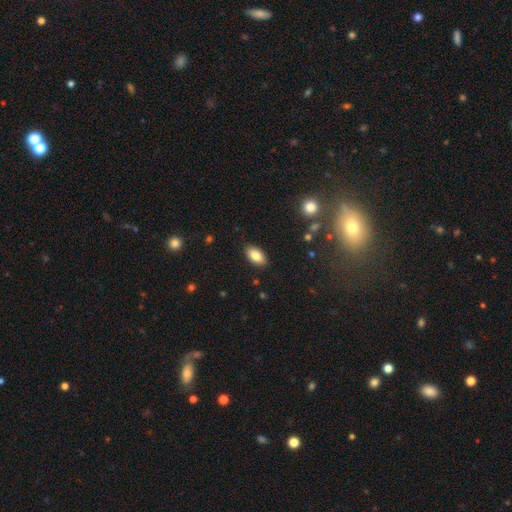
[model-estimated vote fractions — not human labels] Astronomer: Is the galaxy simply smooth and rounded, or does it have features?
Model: smooth — 83%.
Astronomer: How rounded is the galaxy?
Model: in between — 92%.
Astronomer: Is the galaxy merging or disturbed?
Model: none — 87%.